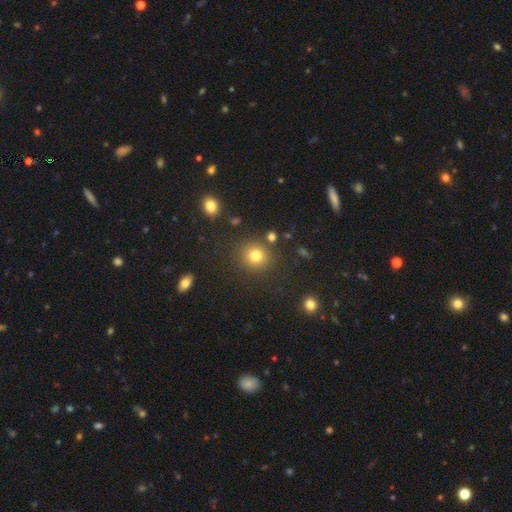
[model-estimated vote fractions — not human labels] Smooth or featured? smooth (79%)
How rounded? round (90%)
Merging? none (85%)